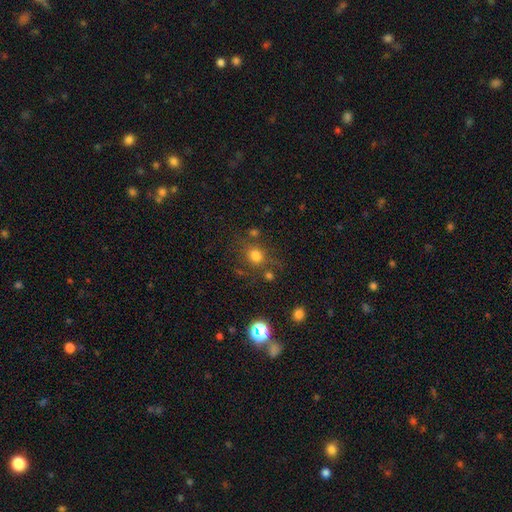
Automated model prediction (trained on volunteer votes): A smooth galaxy with no disk features (74%) that is round (81%).

Vote fractions:
- Smooth or featured? smooth: 74% / star or artifact: 17% / featured or disk: 9%
- How rounded? round: 81% / in between: 18% / cigar-shaped: 1%
- Merging? none: 69% / minor disturbance: 14% / merger: 10% / major disturbance: 7%